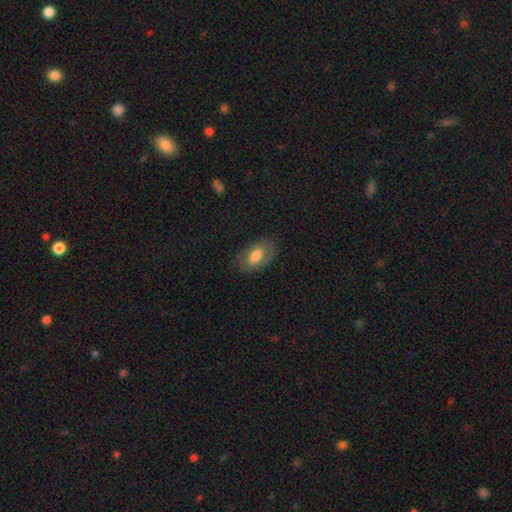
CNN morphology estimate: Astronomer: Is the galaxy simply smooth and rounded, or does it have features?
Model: smooth — 60%.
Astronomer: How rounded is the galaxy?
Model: in between — 91%.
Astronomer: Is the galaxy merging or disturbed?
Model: none — 76%.